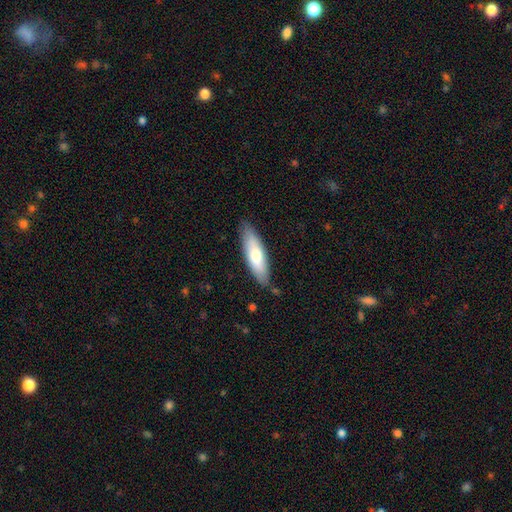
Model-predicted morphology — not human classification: type=smooth (70%); roundness=cigar-shaped (53%); merging=none (83%).